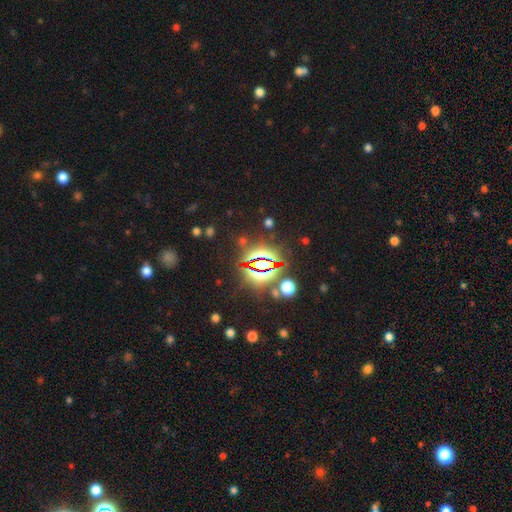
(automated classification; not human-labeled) star or artifact 85%, smooth 8%, featured or disk 7%.